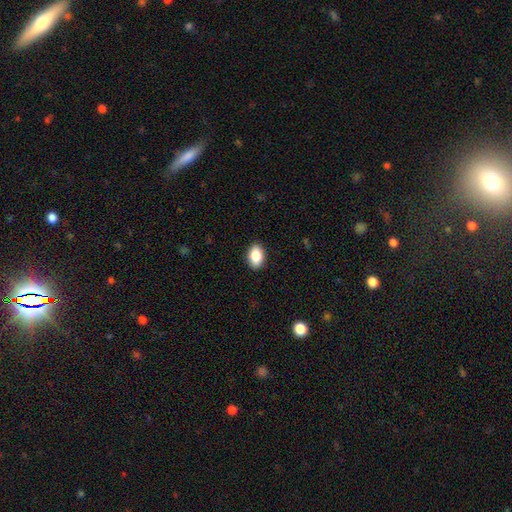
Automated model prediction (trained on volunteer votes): Smooth or featured: smooth — 86% (star or artifact — 7%)
How rounded: in between — 90% (round — 8%)
Merging: none — 89% (minor disturbance — 8%)